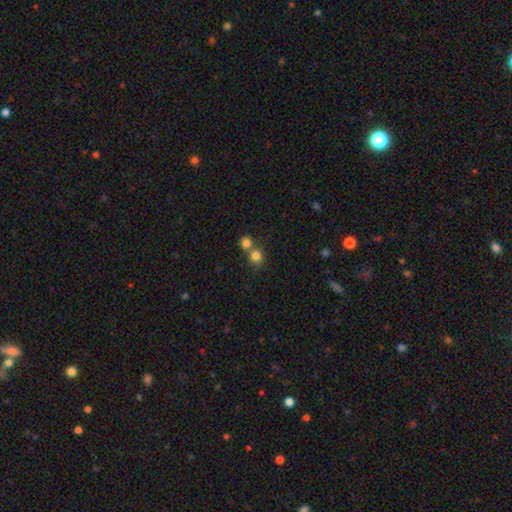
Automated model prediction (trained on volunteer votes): smooth-or-featured: smooth: 81% | star or artifact: 12% | featured or disk: 7%
  how-rounded: round: 87% | in between: 12% | cigar-shaped: 1%
  merging: none: 50% | merger: 41% | minor disturbance: 6% | major disturbance: 3%